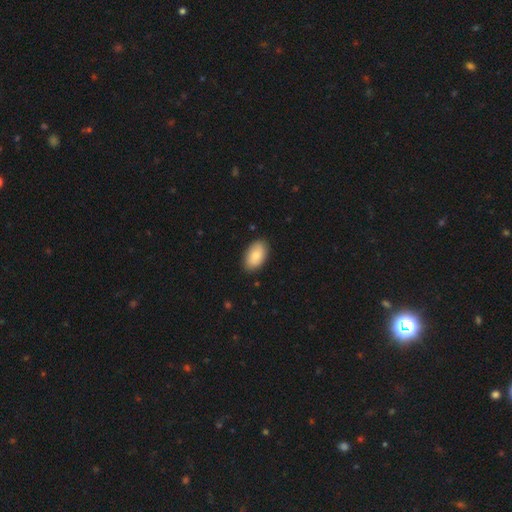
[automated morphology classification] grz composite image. It shows a smooth galaxy with no disk features (85%) that is in between round and cigar-shaped (94%). Merging: none (87%).